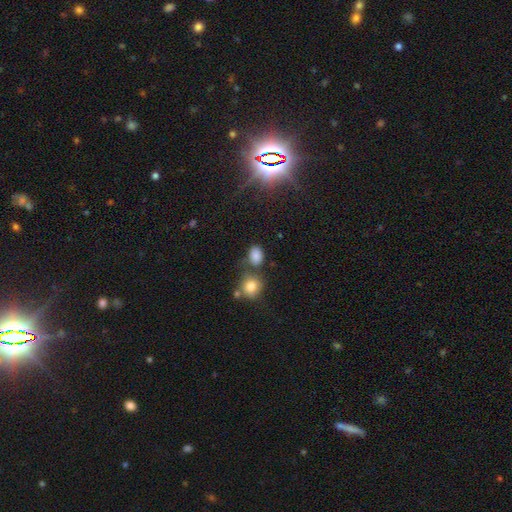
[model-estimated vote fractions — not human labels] The model was most divided on "how rounded": in between: 69%, round: 29%, cigar-shaped: 2%. More confident: smooth or featured — smooth (81%); merging — none (63%).